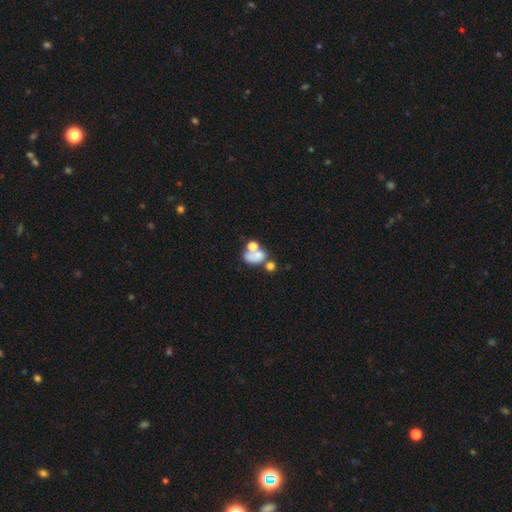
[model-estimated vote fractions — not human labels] Morphology: type=smooth (63%); roundness=in between (65%); merging=merger (51%).